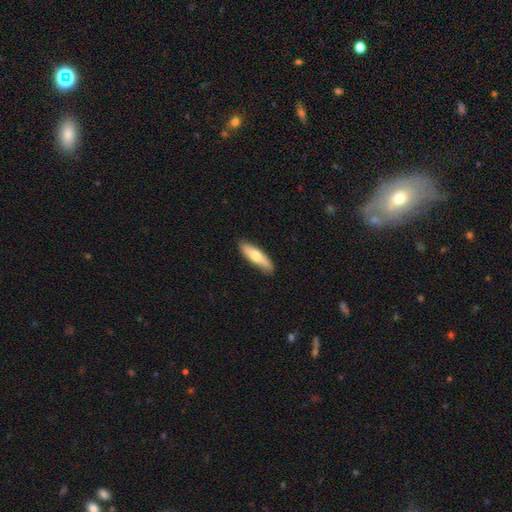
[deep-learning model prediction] smooth_or_featured: smooth (p=0.67) [alt: featured or disk p=0.28]
how_rounded: cigar-shaped (p=0.65) [alt: in between p=0.34]
merging: none (p=0.87) [alt: minor disturbance p=0.10]